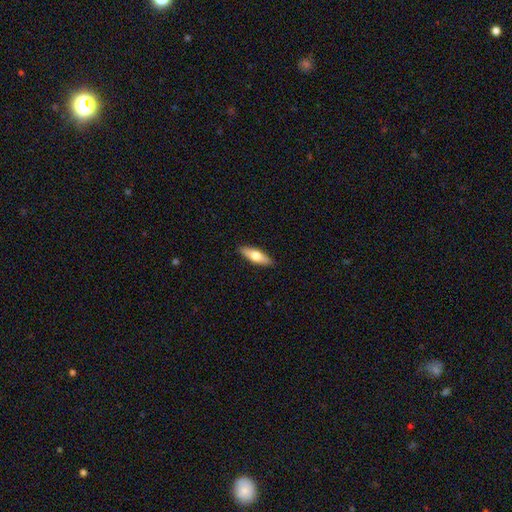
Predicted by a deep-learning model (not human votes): The model was most divided on "how rounded": in between: 52%, cigar-shaped: 45%, round: 2%. More confident: merging — none (90%); smooth or featured — smooth (58%).